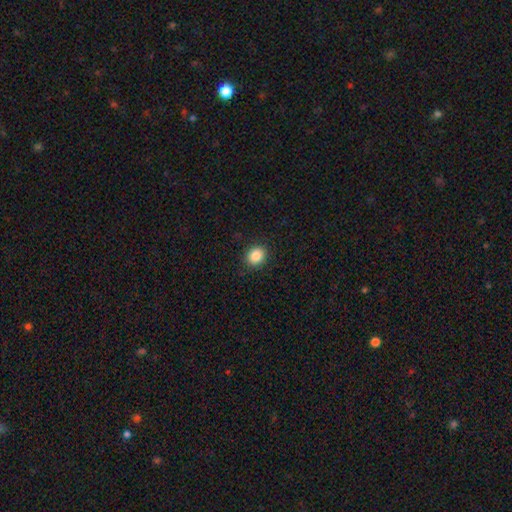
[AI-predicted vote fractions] A smooth galaxy with no disk features (86%) that is round (70%). Merging: none (90%).